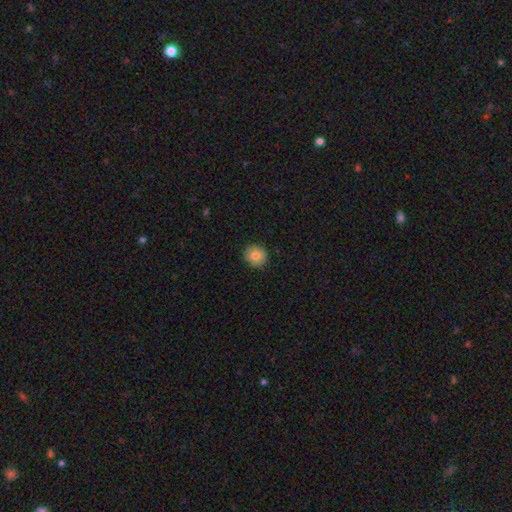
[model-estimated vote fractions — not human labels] smooth-or-featured: smooth: 81% | featured or disk: 11% | star or artifact: 9%
  how-rounded: round: 88% | in between: 11% | cigar-shaped: 1%
  merging: none: 89% | minor disturbance: 8% | major disturbance: 2% | merger: 1%